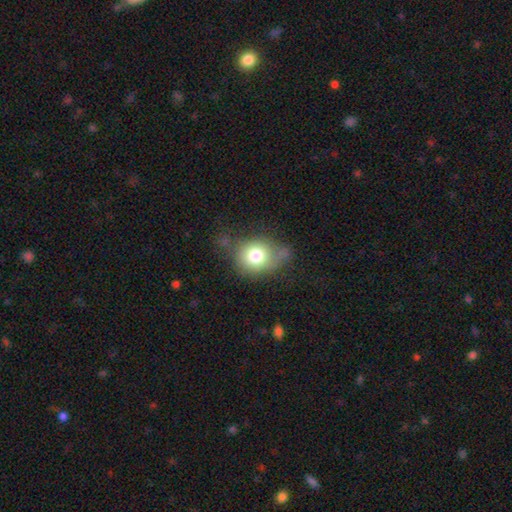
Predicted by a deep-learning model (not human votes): Overall: smooth (75%). How rounded: round (65%; in between 34%). Merging: none (43%; minor disturbance 34%).